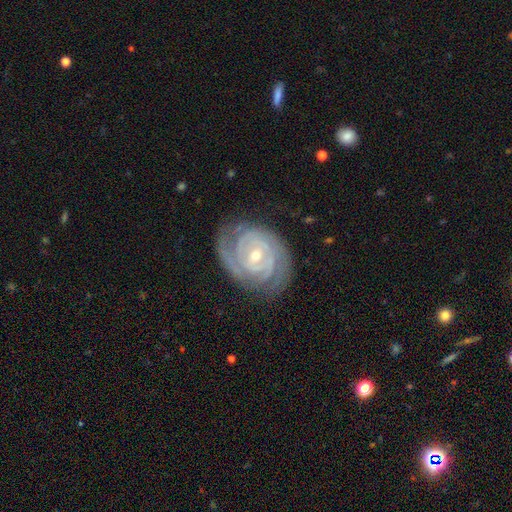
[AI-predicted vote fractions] This appears to be a featured or disk galaxy (90%) with no bar (52%), 2 (45%) tight (81%) spiral arms (97%) and a small central bulge (58%). Merging: none (78%).